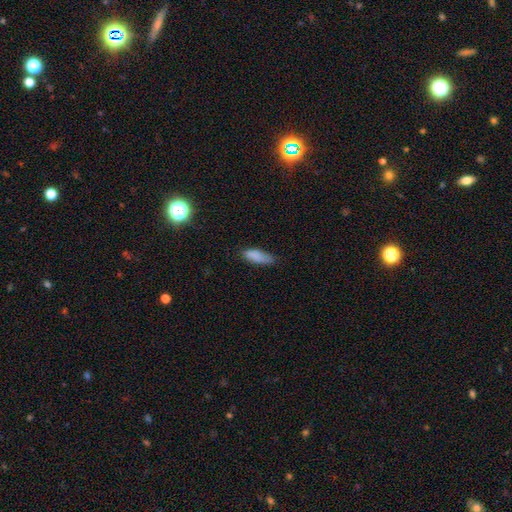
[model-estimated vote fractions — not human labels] smooth-or-featured: smooth: 85% | star or artifact: 8% | featured or disk: 7%
  how-rounded: in between: 64% | cigar-shaped: 34% | round: 2%
  merging: none: 62% | minor disturbance: 30% | major disturbance: 6% | merger: 2%